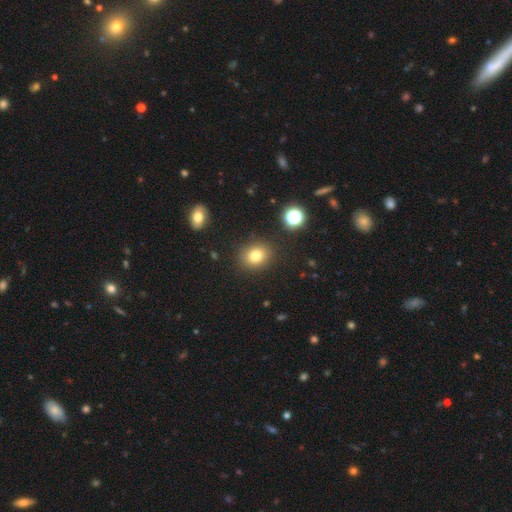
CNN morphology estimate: This is likely a smooth galaxy (78%). How rounded: likely round (61%). Merging: clearly none (86%).